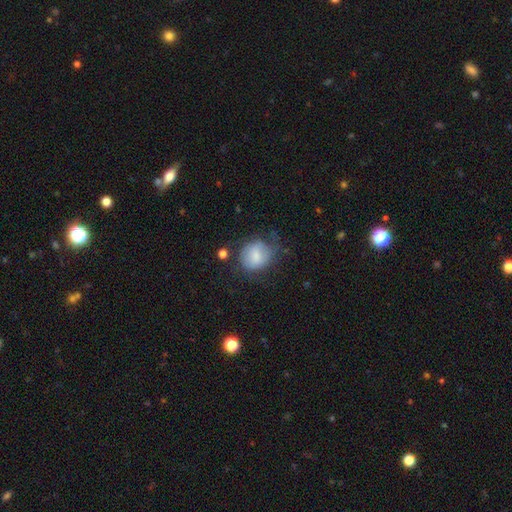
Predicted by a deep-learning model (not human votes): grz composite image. It shows a smooth galaxy with no disk features (69%) that is round (68%). Merging: none (46%).